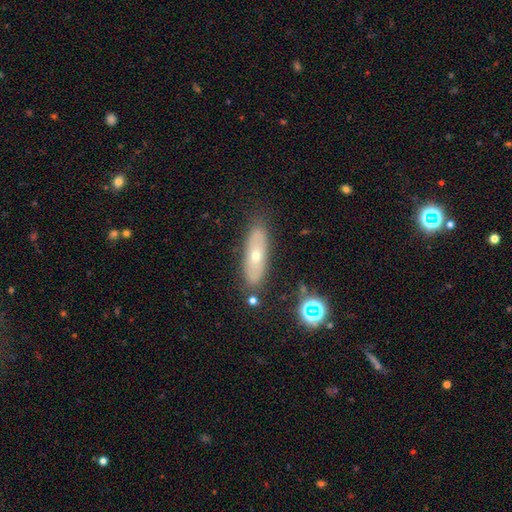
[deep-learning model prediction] smooth_or_featured: smooth (p=0.48) [alt: featured or disk p=0.43]
merging: none (p=0.81) [alt: minor disturbance p=0.13]